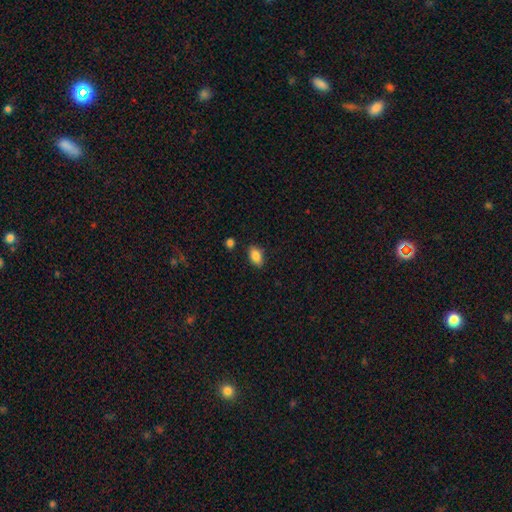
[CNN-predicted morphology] A smooth galaxy with no disk features (86%) that is in between round and cigar-shaped (89%). Merging: none (83%).